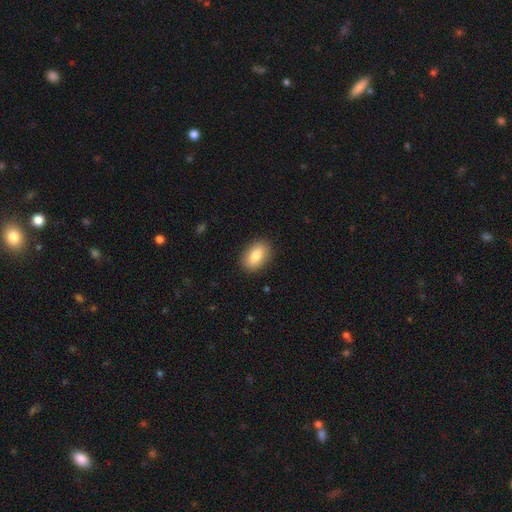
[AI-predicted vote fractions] Smooth or featured? Predicted: smooth (p=0.83). How rounded? Predicted: in between (p=0.87). Merging? Predicted: none (p=0.88).